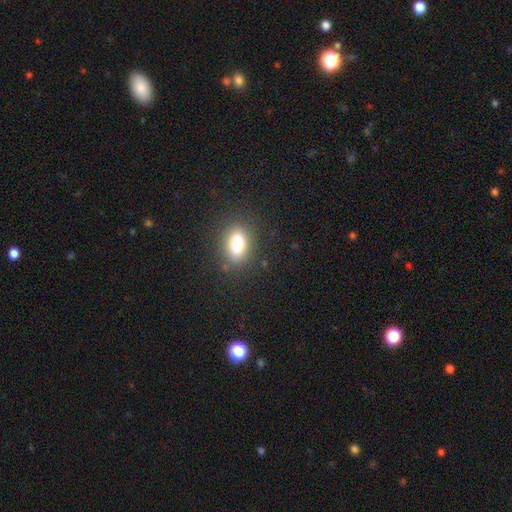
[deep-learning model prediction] Smooth or featured? Predicted: smooth (p=0.73). How rounded? Predicted: in between (p=0.73). Merging? Predicted: none (p=0.90).